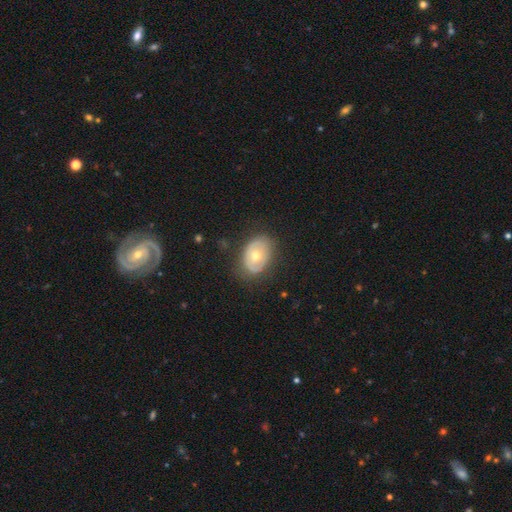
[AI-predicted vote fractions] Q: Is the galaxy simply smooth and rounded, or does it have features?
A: smooth — 48%.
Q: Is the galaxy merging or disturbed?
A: none — 72%.